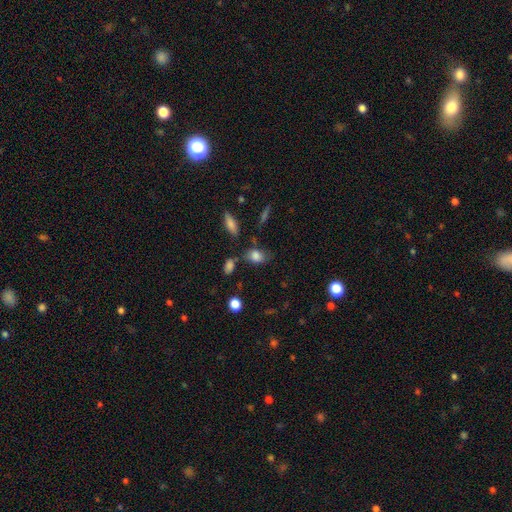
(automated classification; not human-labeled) Smooth or featured? smooth (80%)
How rounded? in between (80%)
Merging? none (61%)